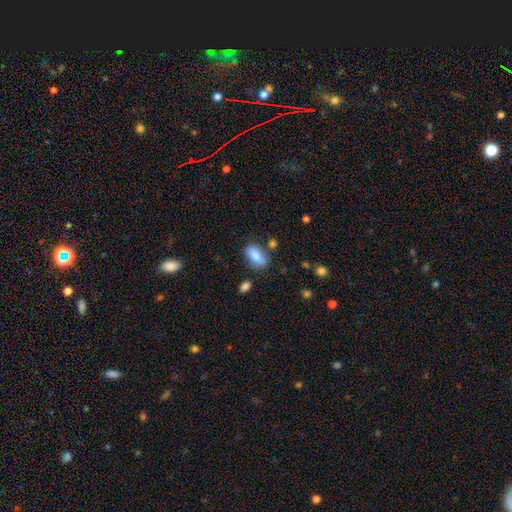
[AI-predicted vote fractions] smooth-or-featured: smooth: 80% | featured or disk: 12% | star or artifact: 7%
  how-rounded: in between: 83% | cigar-shaped: 12% | round: 5%
  merging: none: 69% | minor disturbance: 18% | merger: 7% | major disturbance: 6%